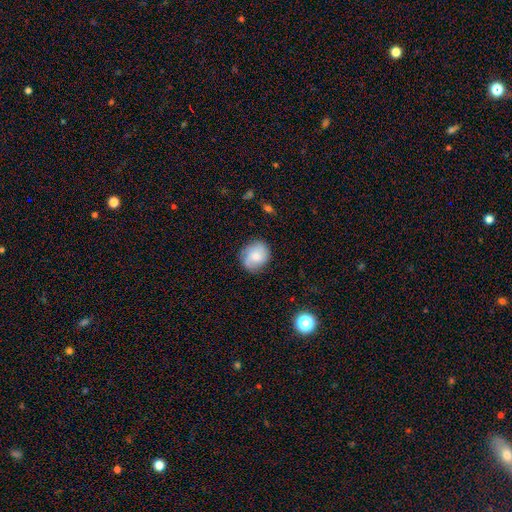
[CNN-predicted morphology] Smooth or featured?
  - smooth: 62% *
  - featured or disk: 30%
  - star or artifact: 8%
How rounded?
  - round: 75% *
  - in between: 24%
  - cigar-shaped: 1%
Merging?
  - none: 75% *
  - minor disturbance: 18%
  - major disturbance: 6%
  - merger: 2%